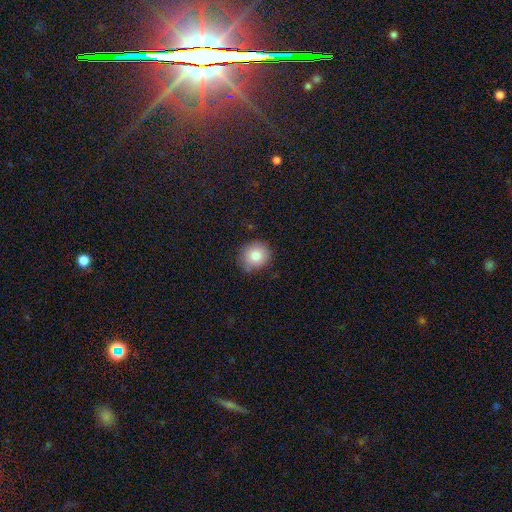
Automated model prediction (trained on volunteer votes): Q: Smooth or featured?
A: smooth (81%); runner-up: star or artifact (10%)
Q: How rounded?
A: round (81%); runner-up: in between (18%)
Q: Merging?
A: none (77%); runner-up: minor disturbance (19%)